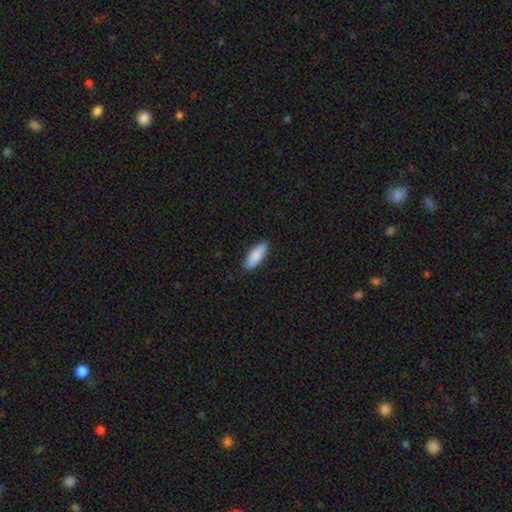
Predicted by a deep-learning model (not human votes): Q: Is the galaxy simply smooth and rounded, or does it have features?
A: smooth — 87%.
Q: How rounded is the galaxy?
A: in between — 57%.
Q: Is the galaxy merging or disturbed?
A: none — 88%.